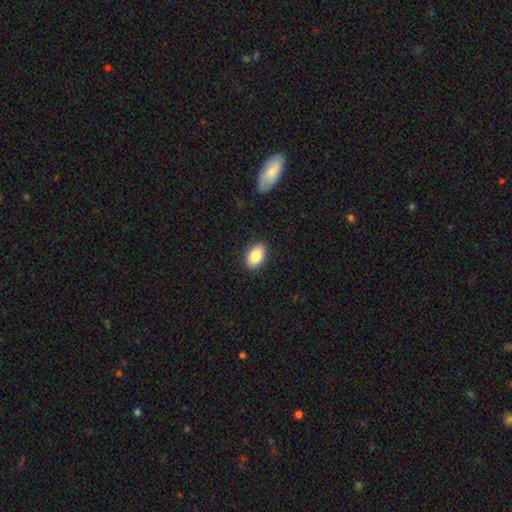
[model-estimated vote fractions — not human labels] Smooth or featured?
  - smooth: 84% *
  - featured or disk: 9%
  - star or artifact: 7%
How rounded?
  - in between: 88% *
  - round: 10%
  - cigar-shaped: 1%
Merging?
  - none: 89% *
  - minor disturbance: 8%
  - major disturbance: 2%
  - merger: 1%